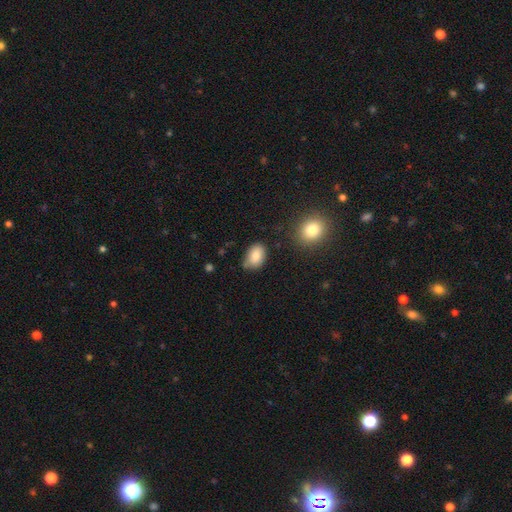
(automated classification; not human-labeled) Q: Smooth or featured?
A: smooth (84%); runner-up: star or artifact (8%)
Q: How rounded?
A: in between (85%); runner-up: round (13%)
Q: Merging?
A: none (67%); runner-up: minor disturbance (24%)